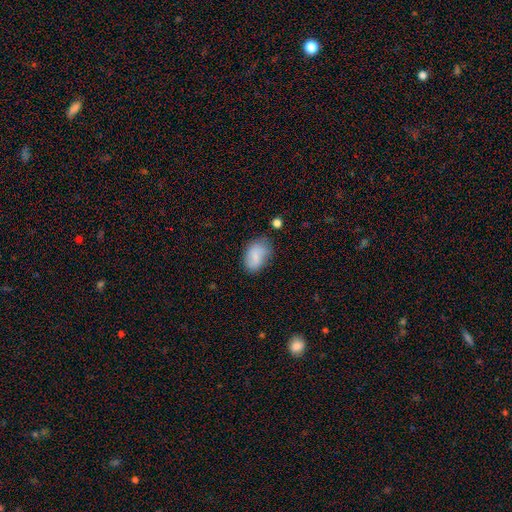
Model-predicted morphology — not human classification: Overall: smooth (76%). How rounded: in between (86%). Merging: none (61%; minor disturbance 27%).